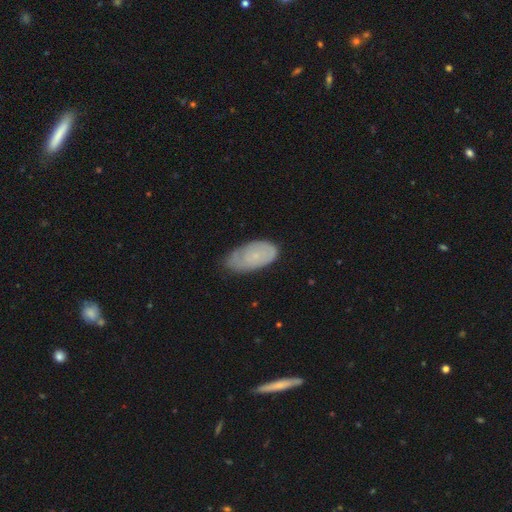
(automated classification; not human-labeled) A smooth galaxy with no disk features (54%) that is in between round and cigar-shaped (92%).

Vote fractions:
- Smooth or featured? smooth: 54% / featured or disk: 39% / star or artifact: 7%
- How rounded? in between: 92% / cigar-shaped: 5% / round: 3%
- Merging? none: 57% / minor disturbance: 32% / major disturbance: 9% / merger: 2%